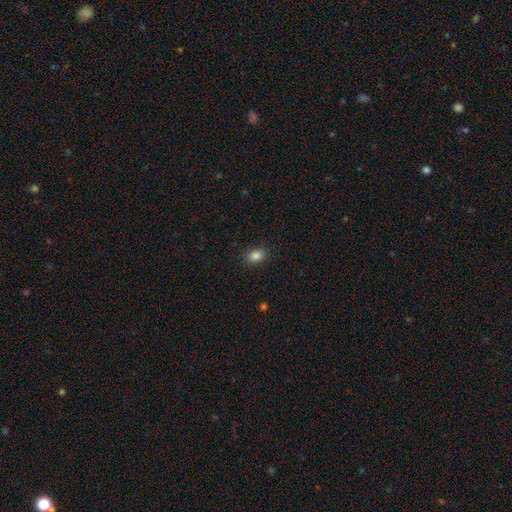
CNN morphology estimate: A smooth galaxy with no disk features (86%) that is in between round and cigar-shaped (73%). Merging: none (88%).